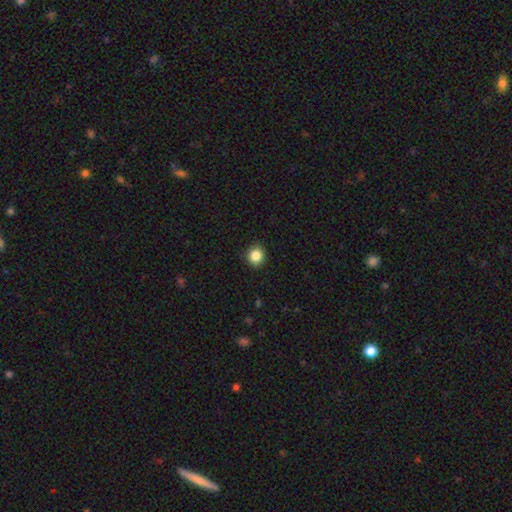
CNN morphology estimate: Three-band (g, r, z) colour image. It shows a smooth galaxy with no disk features (86%) that is round (86%). Merging: none (90%).